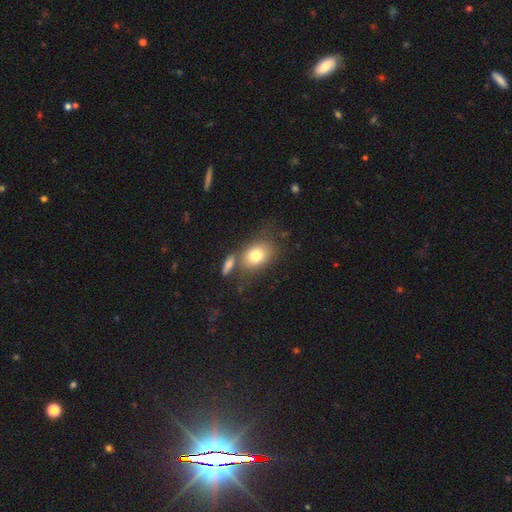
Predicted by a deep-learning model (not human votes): Smooth or featured? smooth (78%)
How rounded? in between (68%)
Merging? none (59%)